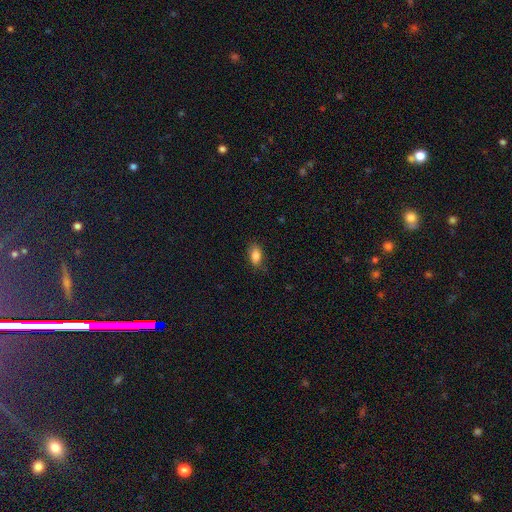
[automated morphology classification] This is clearly a smooth galaxy (84%). How rounded: clearly in between (89%). Merging: likely none (79%).